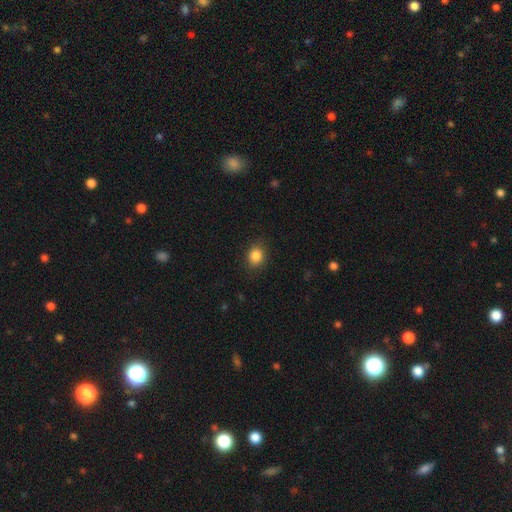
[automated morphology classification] This is clearly a smooth galaxy (85%). How rounded: likely round (64%). Merging: clearly none (86%).